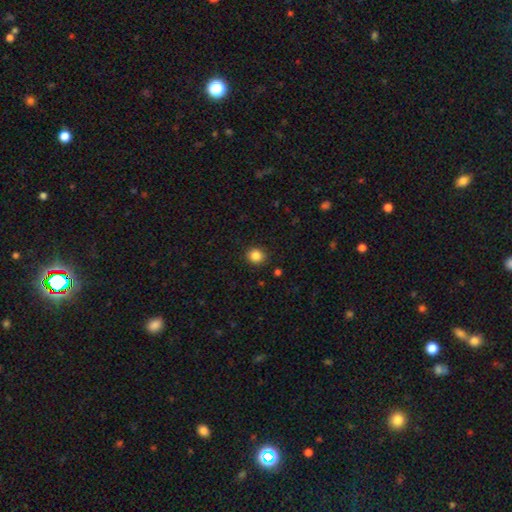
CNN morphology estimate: Overall: smooth (85%). How rounded: round (85%). Merging: none (89%).